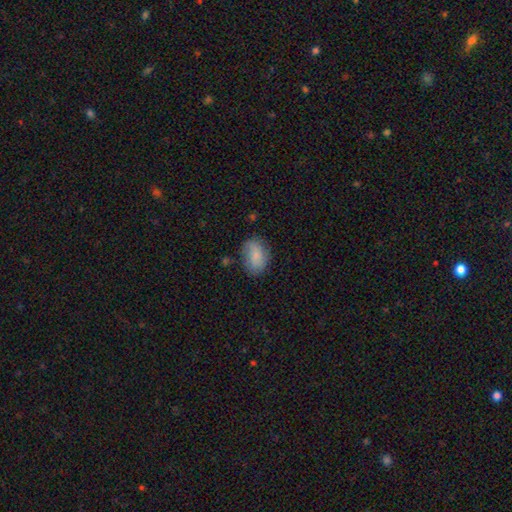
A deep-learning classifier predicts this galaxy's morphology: smooth 78%, featured or disk 14%, star or artifact 8%. Down the decision tree: how rounded — in between (81%); merging — none (66%).